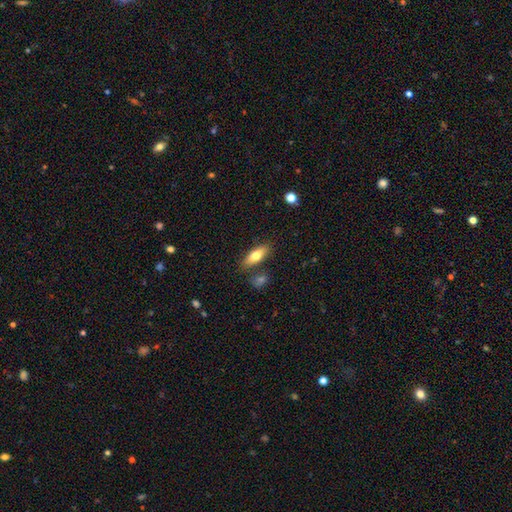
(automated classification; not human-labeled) A smooth galaxy with no disk features (71%) that is in between round and cigar-shaped (66%). Merging: none (76%).